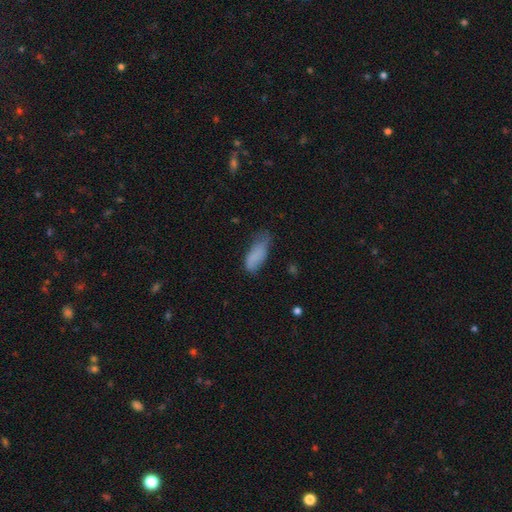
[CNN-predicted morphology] Smooth or featured?
  - smooth: 81% *
  - featured or disk: 10%
  - star or artifact: 9%
How rounded?
  - in between: 77% *
  - cigar-shaped: 21%
  - round: 2%
Merging?
  - none: 42% *
  - minor disturbance: 40%
  - major disturbance: 16%
  - merger: 2%